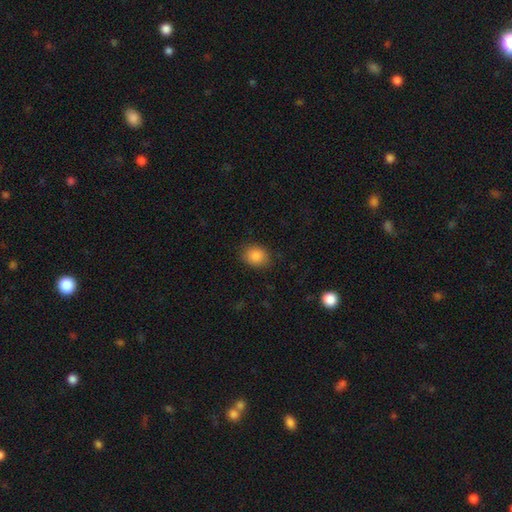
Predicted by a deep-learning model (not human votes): A smooth galaxy with no disk features (87%) that is round (51%). Merging: none (85%).